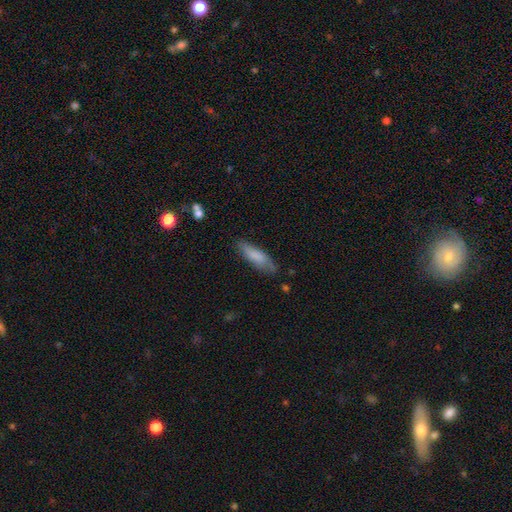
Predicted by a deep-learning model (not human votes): This appears to be a smooth galaxy with no disk features (78%) that is cigar-shaped (54%). Merging: none (72%).